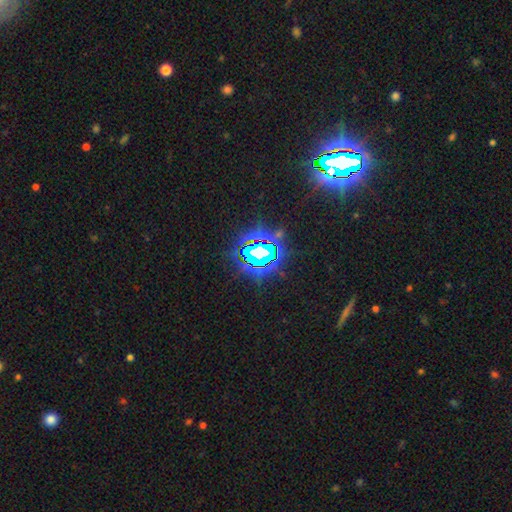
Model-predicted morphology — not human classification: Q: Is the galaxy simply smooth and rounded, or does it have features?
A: star or artifact — 77%.